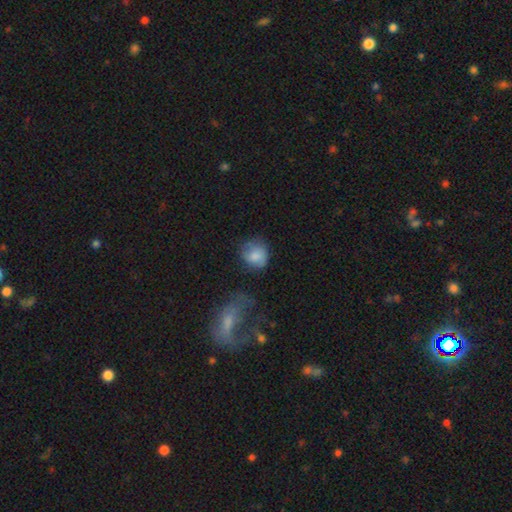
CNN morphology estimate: smooth_or_featured: smooth (p=0.78) [alt: featured or disk p=0.14]
how_rounded: round (p=0.76) [alt: in between p=0.22]
merging: none (p=0.56) [alt: minor disturbance p=0.28]